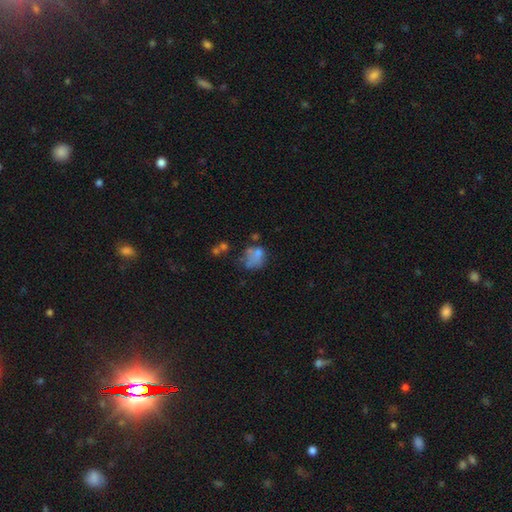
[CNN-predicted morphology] Overall: smooth (60%; featured or disk 26%). How rounded: in between (52%; round 47%). Merging: none (35%; major disturbance 24%).